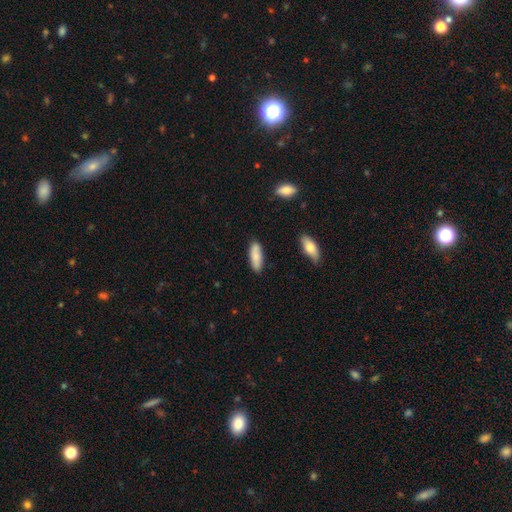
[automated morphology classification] smooth 83%, featured or disk 11%, star or artifact 6%. Down the decision tree: how rounded — in between (60%); merging — none (85%).